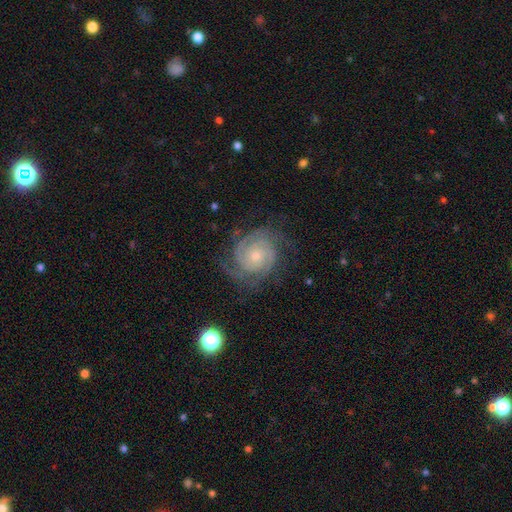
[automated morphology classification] A featured or disk galaxy (88%) with no bar (76%), 2 (38%) tight (77%) spiral arms (98%) and a small central bulge (65%).

Vote fractions:
- Smooth or featured? featured or disk: 88% / star or artifact: 6% / smooth: 6%
- Edge-on disk? no: 98% / yes: 2%
- Bar? no: 76% / weak: 19% / strong: 5%
- Spiral arms? yes: 98% / no: 2%
- Spiral winding? tight: 77% / medium: 21% / loose: 3%
- Spiral arm count? 2: 38% / 3: 28% / can't tell: 15% / 4: 9% / more than 4: 5% / 1: 5%
- Bulge size? small: 65% / moderate: 31% / none: 2% / large: 1% / dominant: 1%
- Merging? none: 76% / minor disturbance: 16% / major disturbance: 7% / merger: 1%